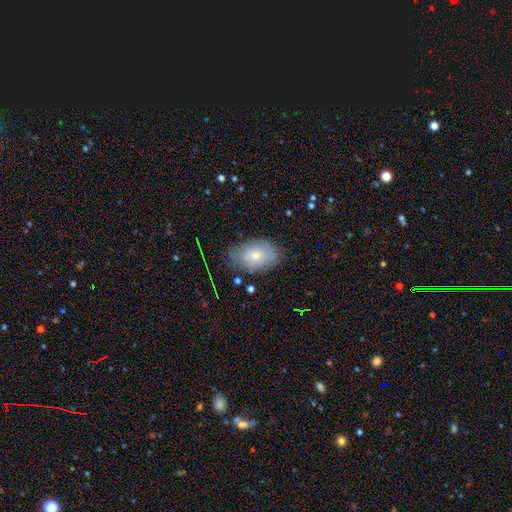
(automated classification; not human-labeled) Overall: smooth (67%). How rounded: in between (87%). Merging: none (72%).